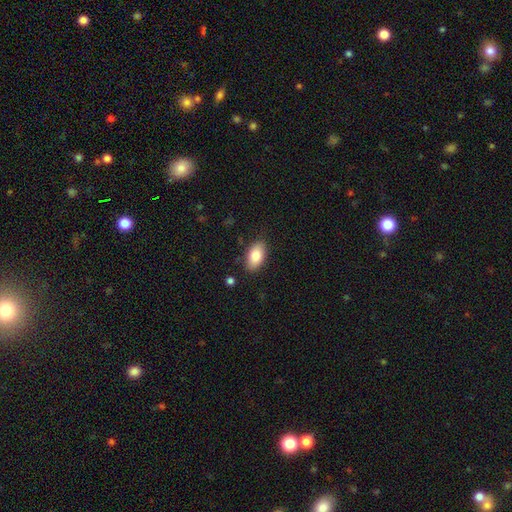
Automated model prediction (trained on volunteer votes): Smooth or featured?
  - smooth: 82% *
  - featured or disk: 11%
  - star or artifact: 7%
How rounded?
  - in between: 93% *
  - round: 4%
  - cigar-shaped: 3%
Merging?
  - none: 84% *
  - minor disturbance: 12%
  - major disturbance: 3%
  - merger: 2%